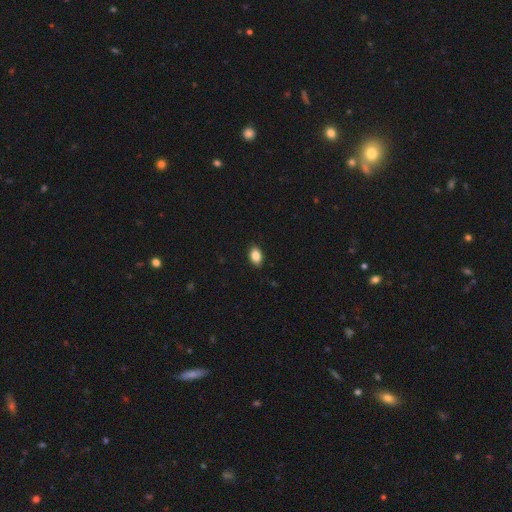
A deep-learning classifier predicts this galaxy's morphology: Smooth or featured?
  - smooth: 85% *
  - star or artifact: 8%
  - featured or disk: 6%
How rounded?
  - in between: 86% *
  - round: 12%
  - cigar-shaped: 2%
Merging?
  - none: 88% *
  - minor disturbance: 9%
  - major disturbance: 2%
  - merger: 1%